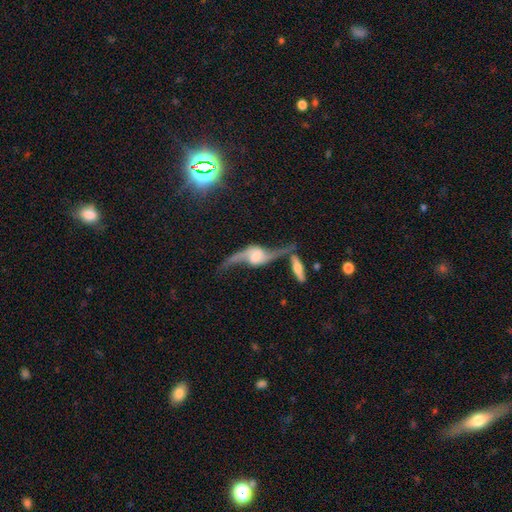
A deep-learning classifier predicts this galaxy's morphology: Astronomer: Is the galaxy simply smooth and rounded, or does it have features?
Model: featured or disk — 87%.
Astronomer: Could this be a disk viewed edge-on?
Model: no — 79%.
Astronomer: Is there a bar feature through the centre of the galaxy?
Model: no — 52% (runner-up: weak, 34%).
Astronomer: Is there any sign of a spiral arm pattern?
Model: yes — 94%.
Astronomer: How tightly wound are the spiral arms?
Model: loose — 91%.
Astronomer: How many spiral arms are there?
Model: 2 — 93%.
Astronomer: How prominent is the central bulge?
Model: large — 27% (runner-up: moderate, 26%).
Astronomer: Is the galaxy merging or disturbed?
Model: none — 45% (runner-up: merger, 25%).